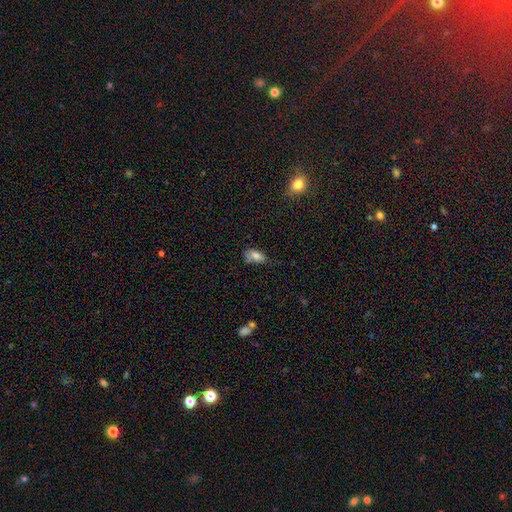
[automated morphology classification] The model was most divided on "merging": none: 40%, minor disturbance: 37%, major disturbance: 15%, merger: 7%. More confident: how rounded — in between (89%); smooth or featured — smooth (77%).